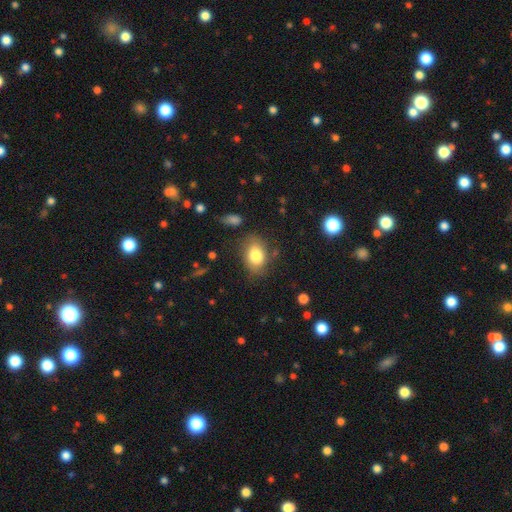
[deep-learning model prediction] A smooth galaxy with no disk features (80%) that is in between round and cigar-shaped (78%).

Vote fractions:
- Smooth or featured? smooth: 80% / featured or disk: 11% / star or artifact: 9%
- How rounded? in between: 78% / round: 21% / cigar-shaped: 1%
- Merging? none: 74% / minor disturbance: 17% / major disturbance: 5% / merger: 3%